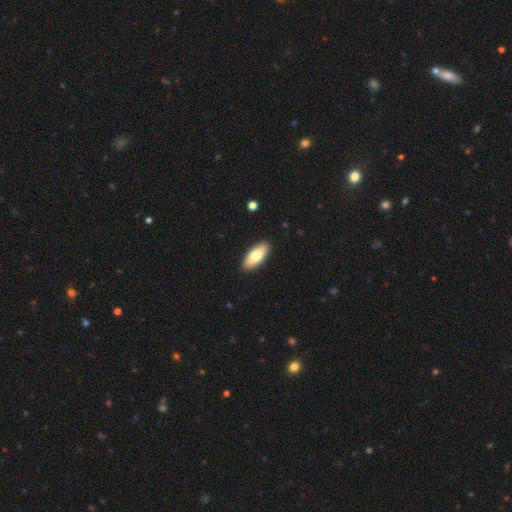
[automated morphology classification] smooth 74%, featured or disk 21%, star or artifact 6%. Down the decision tree: how rounded — in between (82%); merging — none (90%).